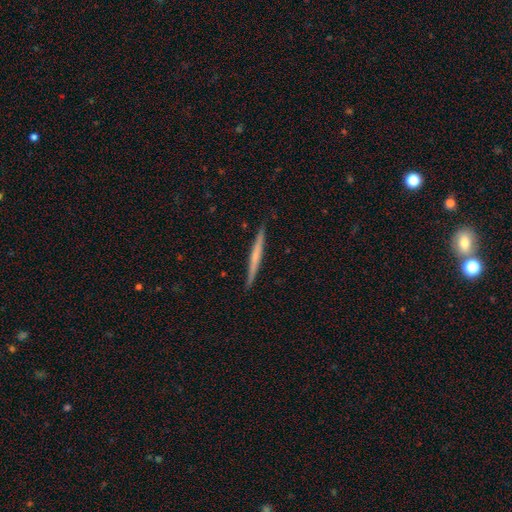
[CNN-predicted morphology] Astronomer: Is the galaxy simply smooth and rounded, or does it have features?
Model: featured or disk — 50% (runner-up: smooth, 44%).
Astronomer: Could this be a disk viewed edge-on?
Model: yes — 98%.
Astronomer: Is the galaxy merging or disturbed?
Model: none — 91%.